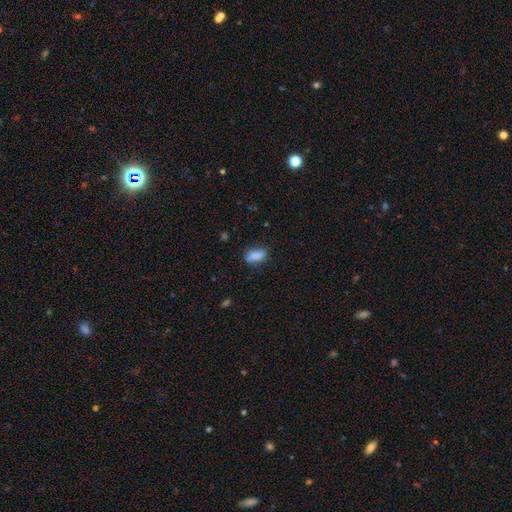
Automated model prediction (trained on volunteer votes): Smooth or featured?
  - smooth: 81% *
  - featured or disk: 10%
  - star or artifact: 9%
How rounded?
  - in between: 81% *
  - cigar-shaped: 12%
  - round: 6%
Merging?
  - none: 64% *
  - minor disturbance: 25%
  - major disturbance: 7%
  - merger: 4%